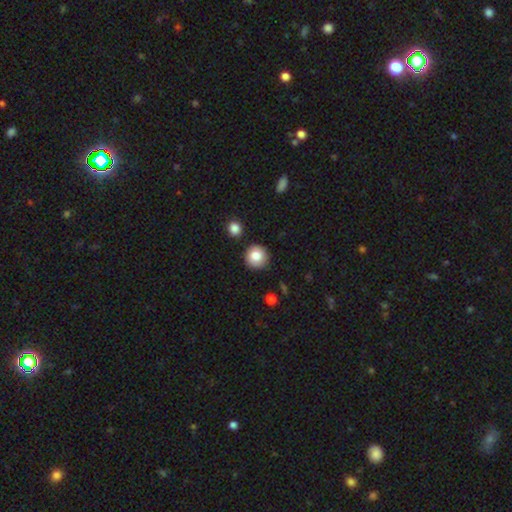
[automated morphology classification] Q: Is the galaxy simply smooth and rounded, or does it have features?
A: smooth — 83%.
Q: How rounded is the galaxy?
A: round — 93%.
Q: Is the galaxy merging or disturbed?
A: none — 87%.